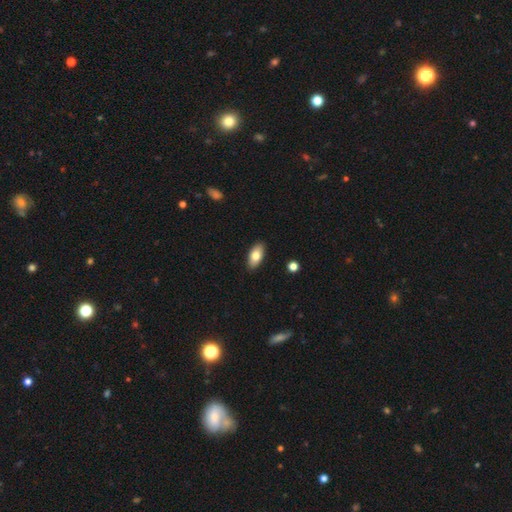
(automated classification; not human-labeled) The model was most divided on "smooth or featured": smooth: 78%, featured or disk: 16%, star or artifact: 7%. More confident: how rounded — in between (91%); merging — none (89%).